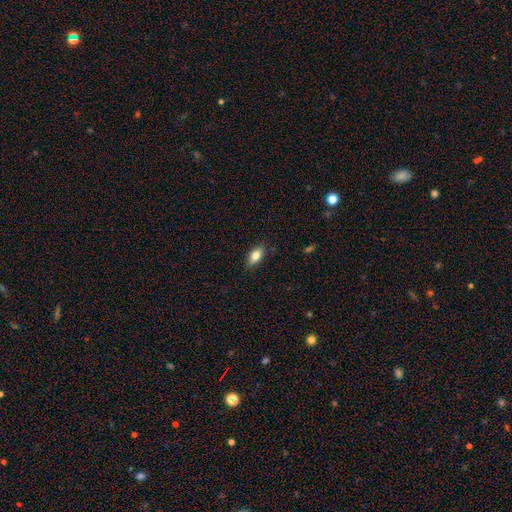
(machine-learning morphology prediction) This is clearly a smooth galaxy (81%). How rounded: clearly in between (87%). Merging: clearly none (86%).